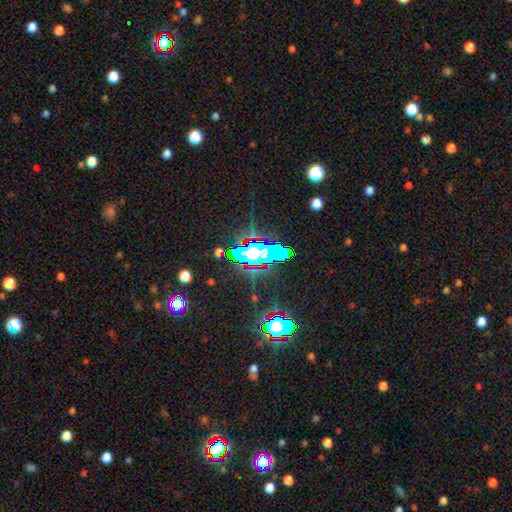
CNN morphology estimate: A star or artifact, not a galaxy (64%).